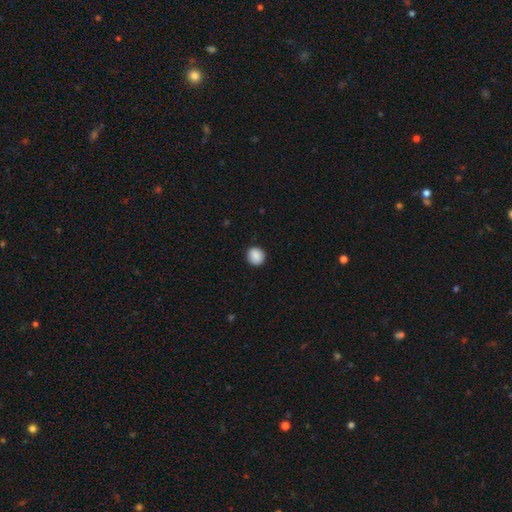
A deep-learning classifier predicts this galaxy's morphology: Smooth or featured? smooth (88%)
How rounded? round (88%)
Merging? none (90%)